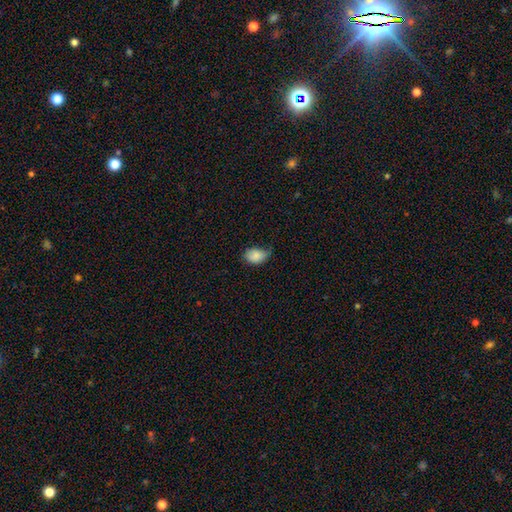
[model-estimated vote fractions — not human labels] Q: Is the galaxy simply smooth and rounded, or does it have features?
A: smooth — 86%.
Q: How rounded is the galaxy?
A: in between — 82%.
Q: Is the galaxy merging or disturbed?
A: none — 45%.